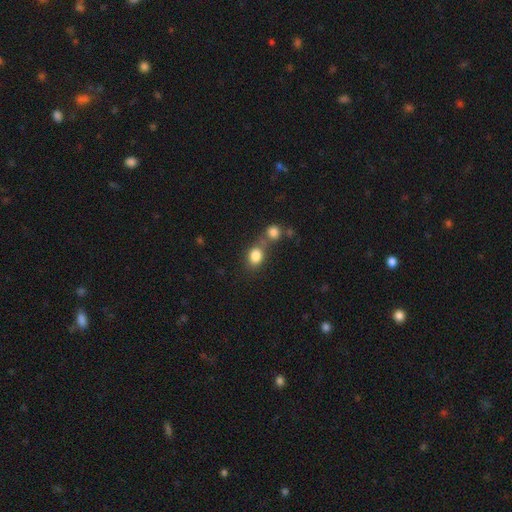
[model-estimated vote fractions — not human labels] Overall: smooth (83%). How rounded: in between (54%; round 45%). Merging: none (47%; merger 37%).